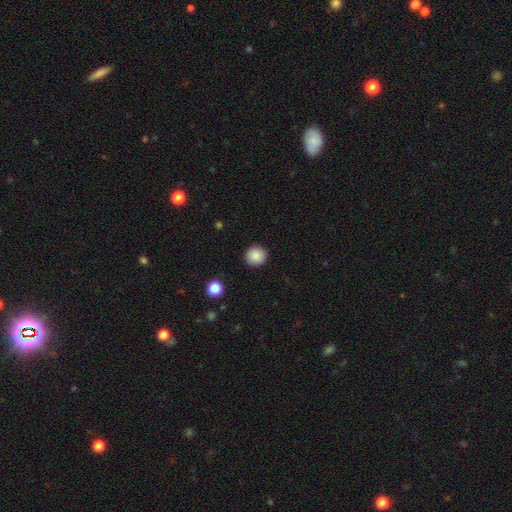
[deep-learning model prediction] A smooth galaxy with no disk features (87%) that is round (94%). Merging: none (92%).